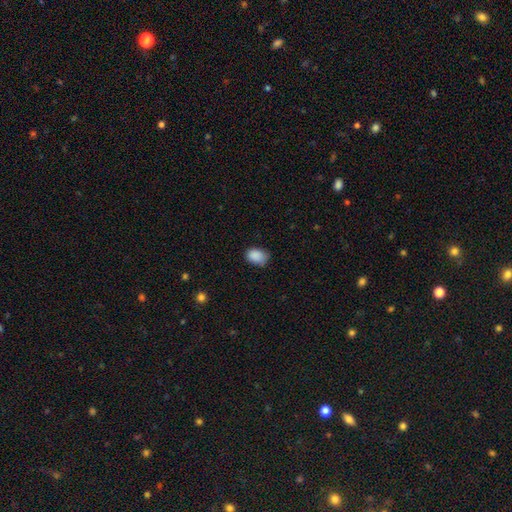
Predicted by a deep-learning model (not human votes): Morphology: type=smooth (88%); roundness=in between (73%); merging=none (69%).